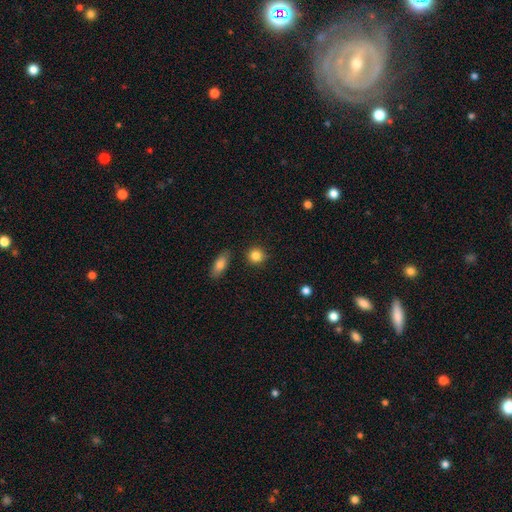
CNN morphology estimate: type=smooth (86%); roundness=round (88%); merging=none (87%).